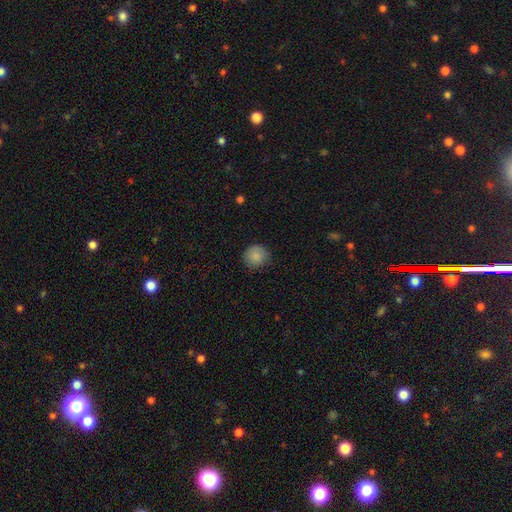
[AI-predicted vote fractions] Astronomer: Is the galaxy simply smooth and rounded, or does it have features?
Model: smooth — 85%.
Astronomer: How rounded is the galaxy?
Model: round — 90%.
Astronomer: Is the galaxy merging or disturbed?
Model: none — 81%.